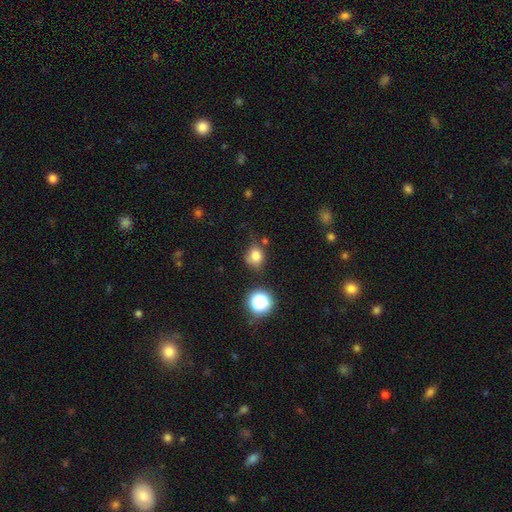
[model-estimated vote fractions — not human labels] A smooth galaxy with no disk features (76%) that is round (64%).

Vote fractions:
- Smooth or featured? smooth: 76% / star or artifact: 15% / featured or disk: 9%
- How rounded? round: 64% / in between: 35% / cigar-shaped: 1%
- Merging? none: 58% / minor disturbance: 28% / major disturbance: 9% / merger: 6%